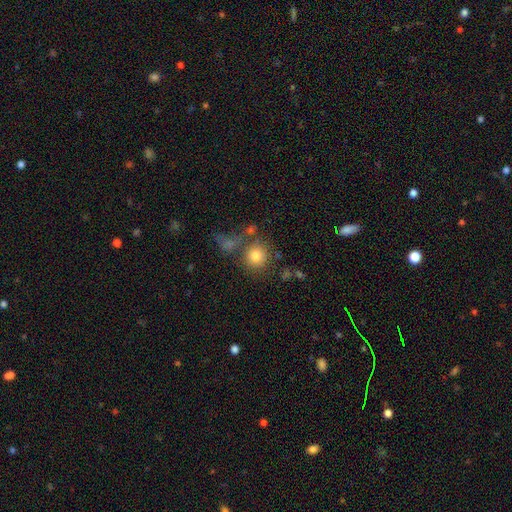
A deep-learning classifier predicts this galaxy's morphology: Overall: smooth (80%). How rounded: round (88%). Merging: none (68%).